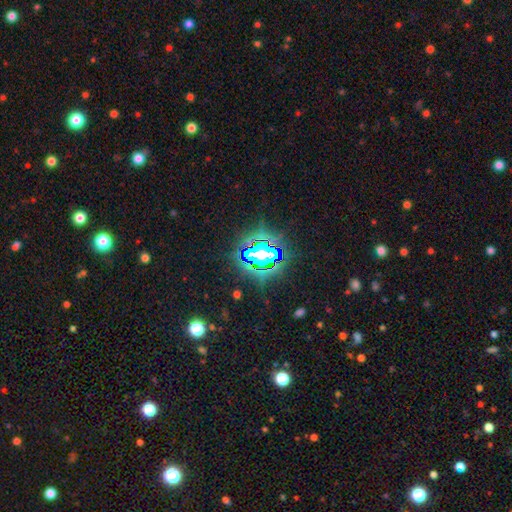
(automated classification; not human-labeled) Q: Smooth or featured?
A: star or artifact (72%); runner-up: smooth (15%)